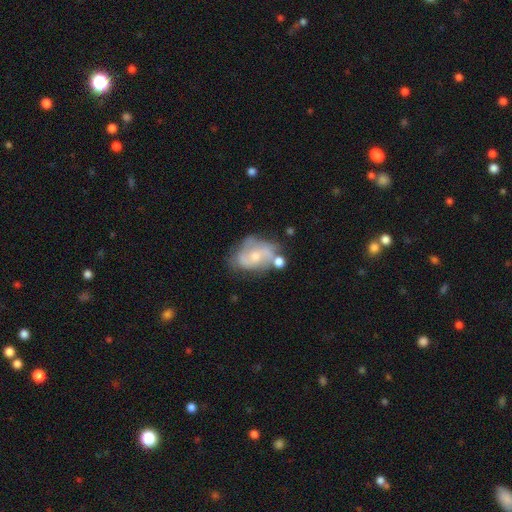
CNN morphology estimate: Smooth or featured? Predicted: featured or disk (p=0.69). Edge-on disk? Predicted: no (p=0.97). Bar? Predicted: no (p=0.63). Spiral arms? Predicted: yes (p=0.79). Spiral winding? Predicted: medium (p=0.47). Spiral arm count? Predicted: 2 (p=0.62). Bulge size? Predicted: small (p=0.49). Merging? Predicted: none (p=0.44).